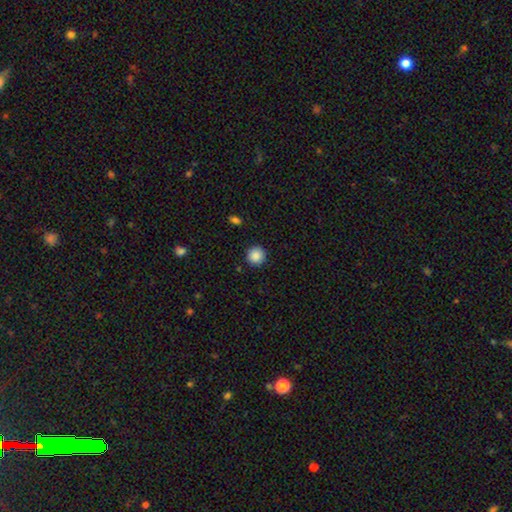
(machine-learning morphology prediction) This is clearly a smooth galaxy (88%). How rounded: clearly round (95%). Merging: clearly none (91%).